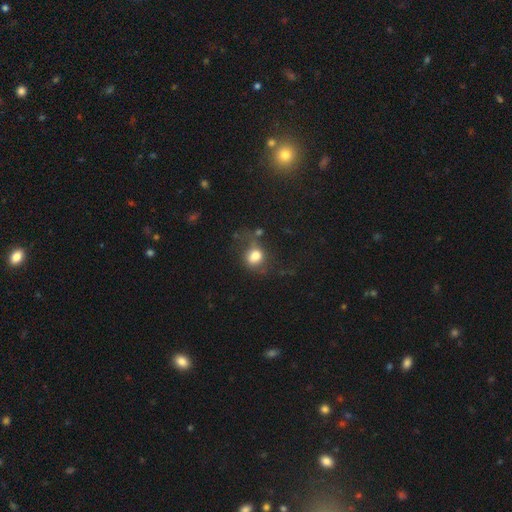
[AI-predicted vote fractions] This is likely a smooth galaxy (75%). How rounded: possibly round (55%). Merging: marginally none (43%).